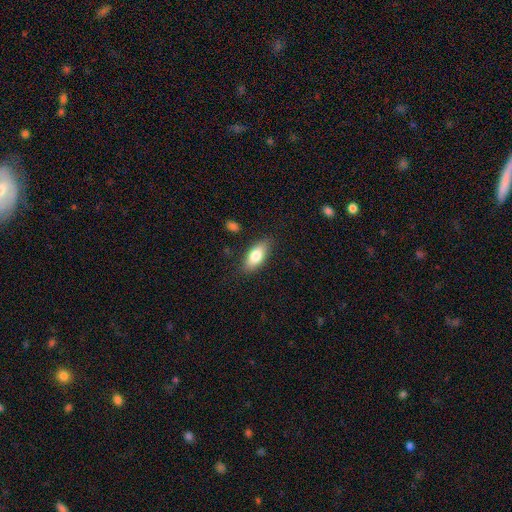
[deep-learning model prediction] The model was most divided on "smooth or featured": smooth: 78%, featured or disk: 16%, star or artifact: 6%. More confident: merging — none (84%); how rounded — in between (82%).